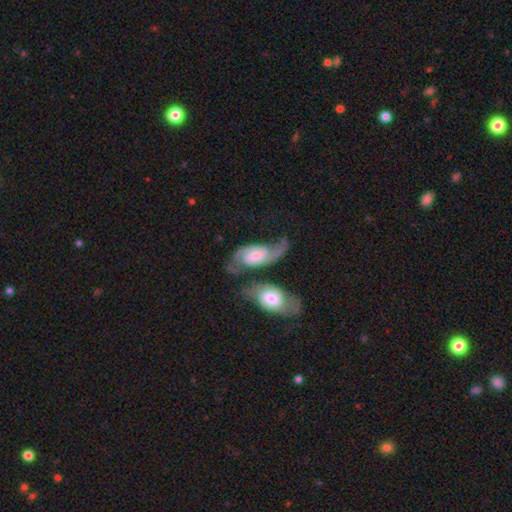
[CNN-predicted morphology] Smooth or featured: featured or disk — 82% (smooth — 13%)
Edge-on disk: no — 96% (yes — 4%)
Bar: weak — 47% (no — 40%)
Spiral arms: yes — 96% (no — 4%)
Spiral winding: medium — 46% (loose — 35%)
Spiral arm count: 2 — 87% (can't tell — 5%)
Bulge size: moderate — 42% (small — 30%)
Merging: none — 37% (merger — 33%)